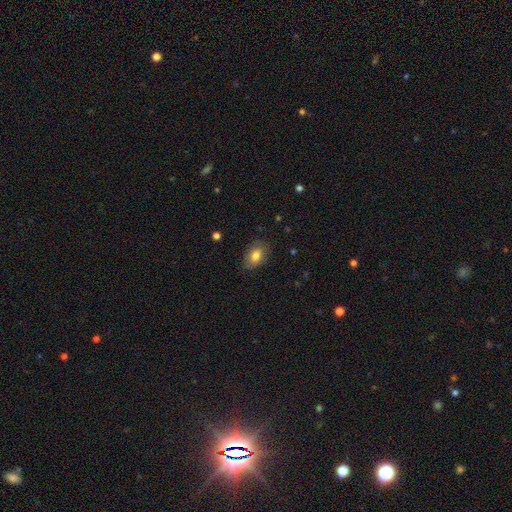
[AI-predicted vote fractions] Smooth or featured?
  - smooth: 81% *
  - featured or disk: 11%
  - star or artifact: 8%
How rounded?
  - in between: 84% *
  - round: 14%
  - cigar-shaped: 1%
Merging?
  - none: 82% *
  - minor disturbance: 14%
  - major disturbance: 3%
  - merger: 1%